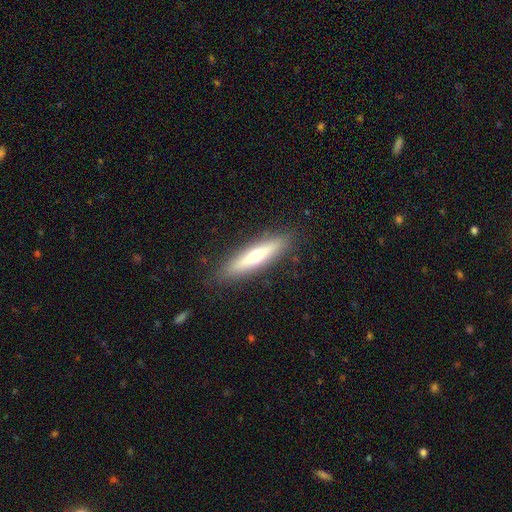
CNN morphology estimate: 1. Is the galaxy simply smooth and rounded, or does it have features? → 51% smooth, 43% featured or disk, 6% star or artifact.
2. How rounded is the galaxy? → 83% cigar-shaped, 16% in between, 1% round.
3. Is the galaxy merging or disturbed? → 88% none, 9% minor disturbance, 2% major disturbance, 1% merger.